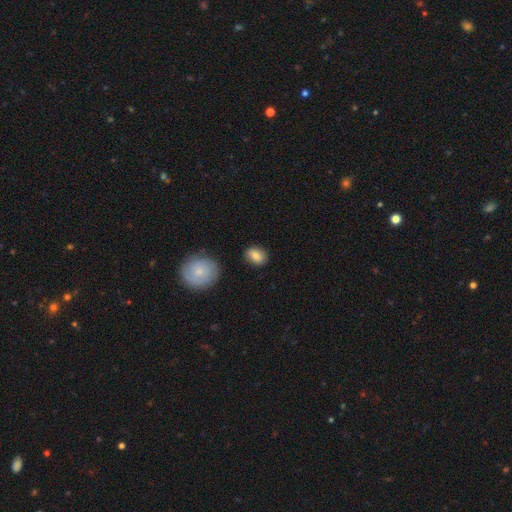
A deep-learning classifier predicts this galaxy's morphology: This is likely a smooth galaxy (79%). How rounded: possibly in between (58%). Merging: clearly none (83%).